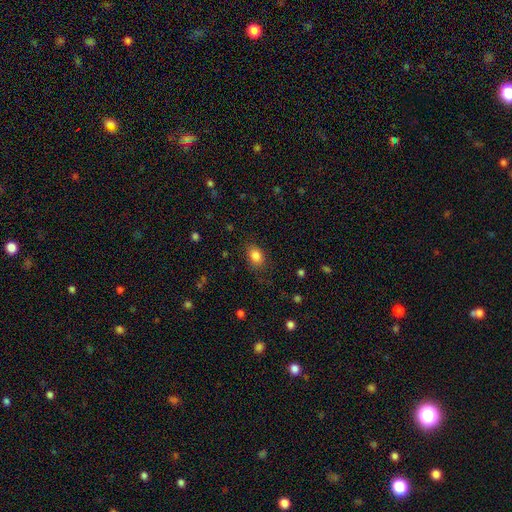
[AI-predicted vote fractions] Morphology: type=smooth (85%); roundness=in between (74%); merging=none (80%).